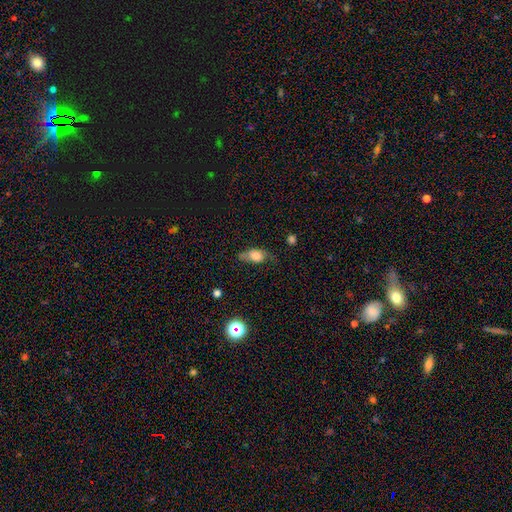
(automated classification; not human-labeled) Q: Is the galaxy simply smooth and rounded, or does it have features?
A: smooth — 69%.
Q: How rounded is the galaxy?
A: in between — 79%.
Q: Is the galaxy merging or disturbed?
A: none — 50%.